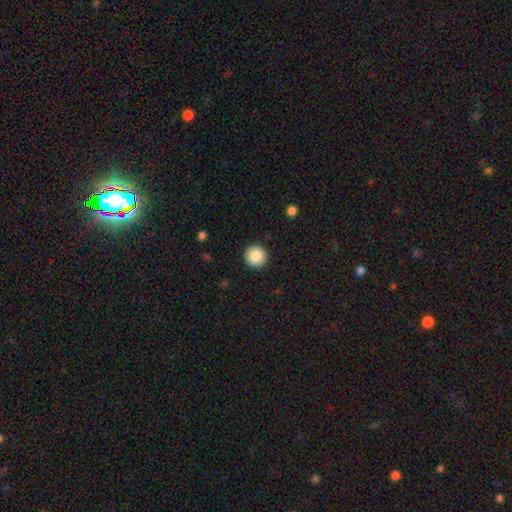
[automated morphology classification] smooth_or_featured: smooth (p=0.86) [alt: star or artifact p=0.08]
how_rounded: round (p=0.96) [alt: in between p=0.03]
merging: none (p=0.93) [alt: minor disturbance p=0.05]